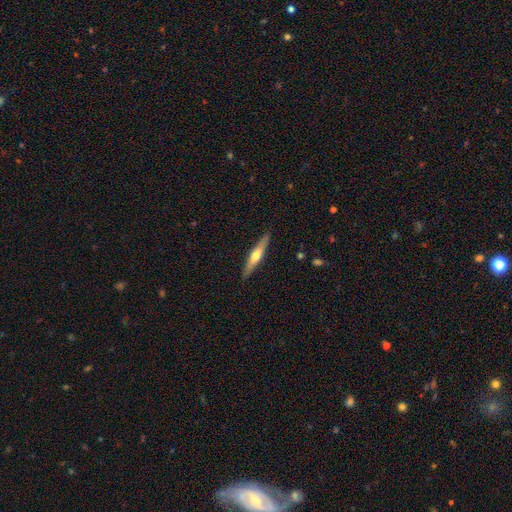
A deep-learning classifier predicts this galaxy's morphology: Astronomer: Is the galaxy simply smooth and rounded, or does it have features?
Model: featured or disk — 53% (runner-up: smooth, 41%).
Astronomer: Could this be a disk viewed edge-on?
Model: yes — 94%.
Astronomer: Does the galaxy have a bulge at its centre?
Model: rounded — 85%.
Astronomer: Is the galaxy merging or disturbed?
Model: none — 90%.